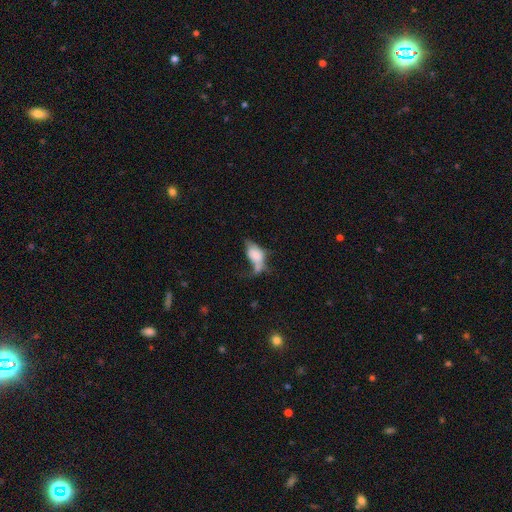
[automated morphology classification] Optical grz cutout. It shows a smooth galaxy with no disk features (65%) that is in between round and cigar-shaped (87%). Merging: major disturbance (37%).